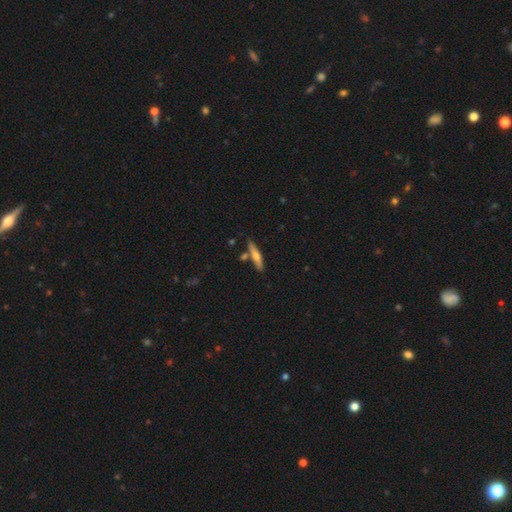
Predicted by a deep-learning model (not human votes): Q: Smooth or featured?
A: smooth (50%); runner-up: featured or disk (44%)
Q: How rounded?
A: cigar-shaped (86%); runner-up: in between (12%)
Q: Merging?
A: none (76%); runner-up: minor disturbance (12%)